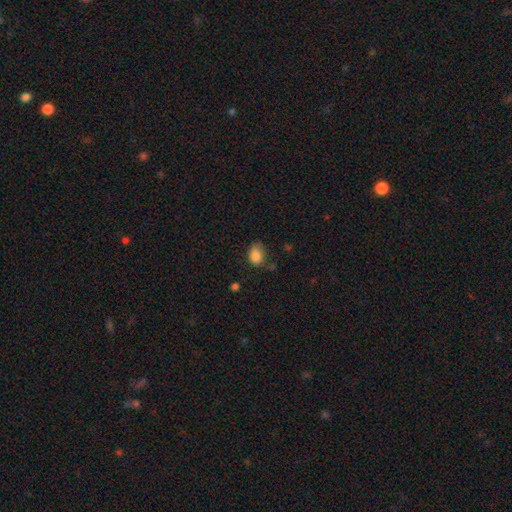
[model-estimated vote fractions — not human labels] smooth-or-featured: smooth: 85% | star or artifact: 9% | featured or disk: 6%
  how-rounded: in between: 72% | round: 27% | cigar-shaped: 1%
  merging: none: 57% | minor disturbance: 31% | major disturbance: 8% | merger: 4%